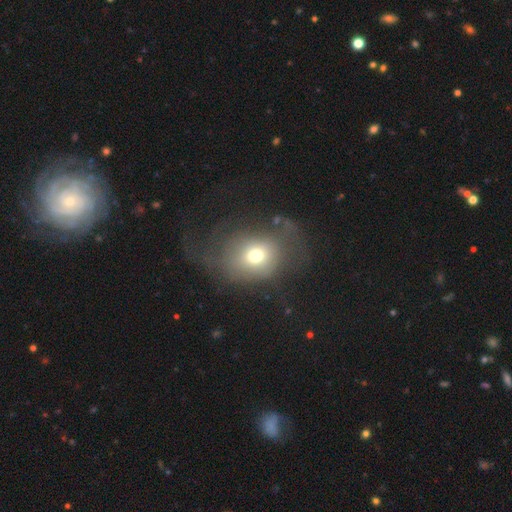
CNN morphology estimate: This appears to be a smooth galaxy with no disk features (65%) that is round (61%). Merging: none (41%).